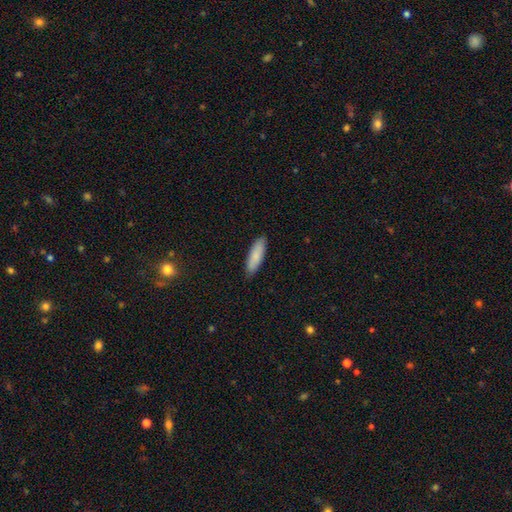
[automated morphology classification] A smooth galaxy with no disk features (86%) that is cigar-shaped (51%). Merging: none (88%).